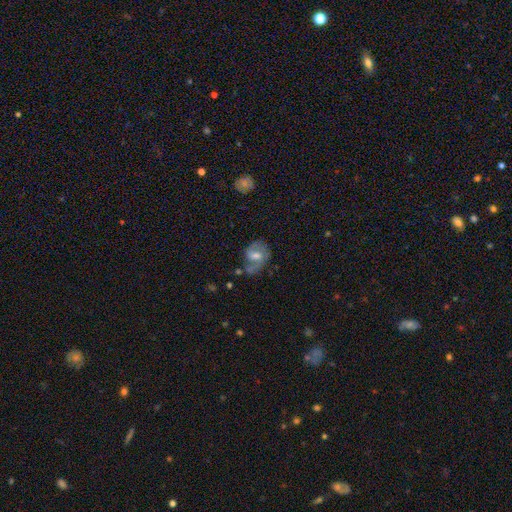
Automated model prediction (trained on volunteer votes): Morphology: type=featured or disk (58%); edge-on=no (96%); bar=weak (51%); spiral arms=yes (77%); bulge=moderate (58%); merging=none (50%).